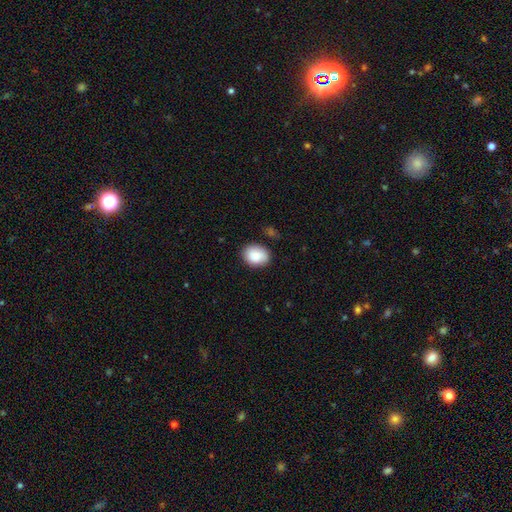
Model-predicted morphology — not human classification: smooth_or_featured: smooth (p=0.86) [alt: star or artifact p=0.07]
how_rounded: in between (p=0.59) [alt: round p=0.40]
merging: none (p=0.80) [alt: minor disturbance p=0.15]